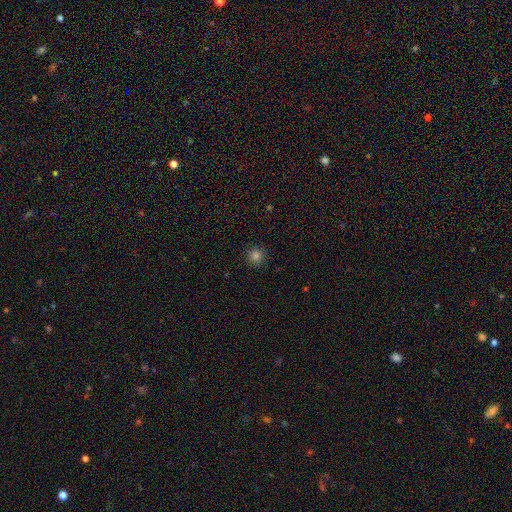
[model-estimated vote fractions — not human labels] smooth_or_featured: smooth (p=0.81) [alt: star or artifact p=0.14]
how_rounded: round (p=0.94) [alt: in between p=0.05]
merging: none (p=0.91) [alt: minor disturbance p=0.06]